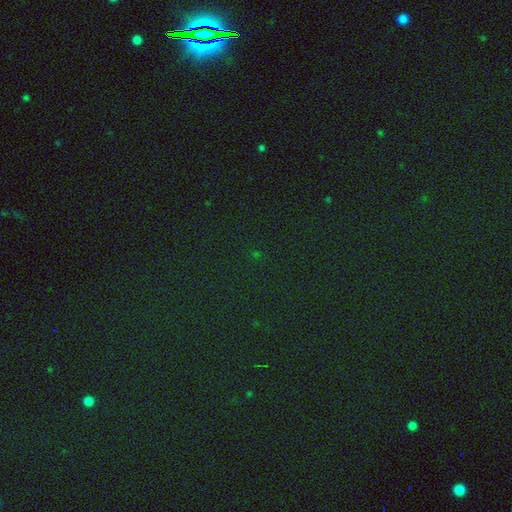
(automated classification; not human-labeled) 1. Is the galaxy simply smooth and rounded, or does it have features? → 80% star or artifact, 13% smooth, 8% featured or disk.